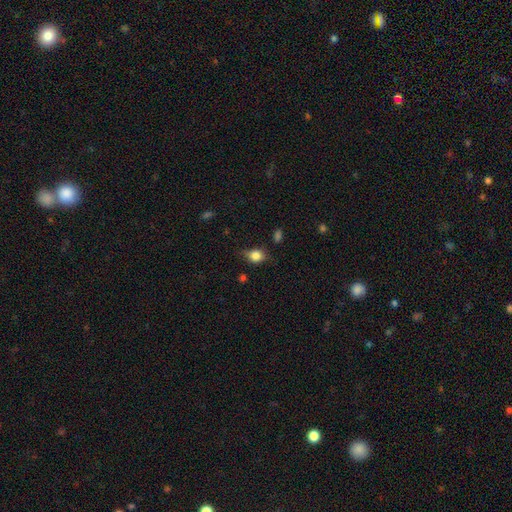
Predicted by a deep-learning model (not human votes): A smooth galaxy with no disk features (78%) that is in between round and cigar-shaped (50%). Merging: none (58%).